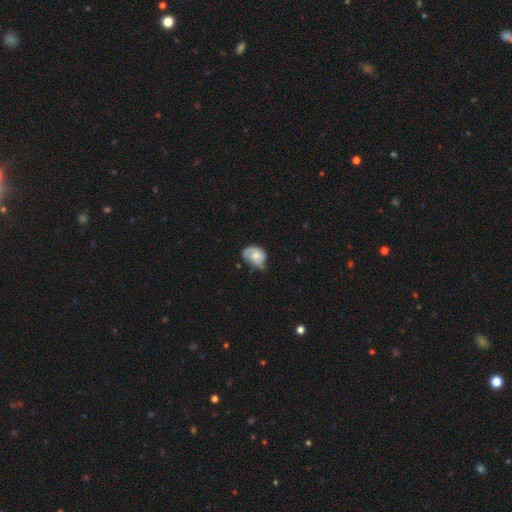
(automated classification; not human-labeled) A smooth galaxy with no disk features (54%) that is in between round and cigar-shaped (65%). Merging: minor disturbance (45%).